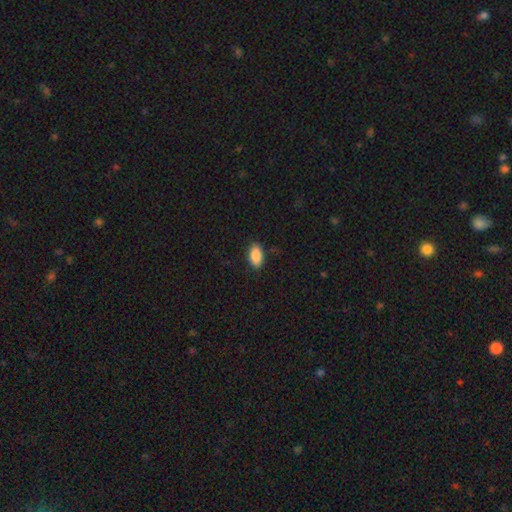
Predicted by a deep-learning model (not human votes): Morphology: type=smooth (89%); roundness=in between (93%); merging=none (86%).